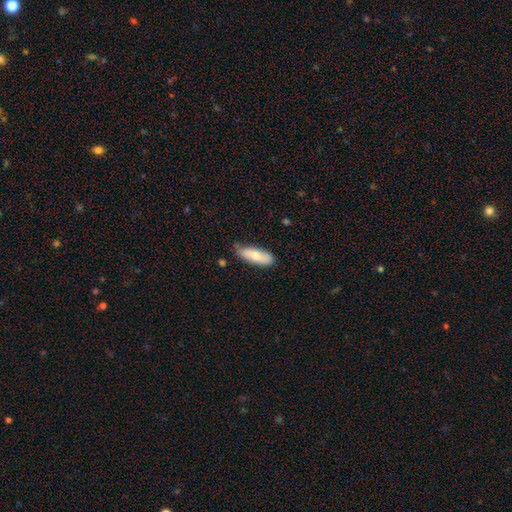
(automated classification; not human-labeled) smooth_or_featured: smooth (p=0.72) [alt: featured or disk p=0.23]
how_rounded: in between (p=0.67) [alt: cigar-shaped p=0.31]
merging: none (p=0.73) [alt: minor disturbance p=0.22]